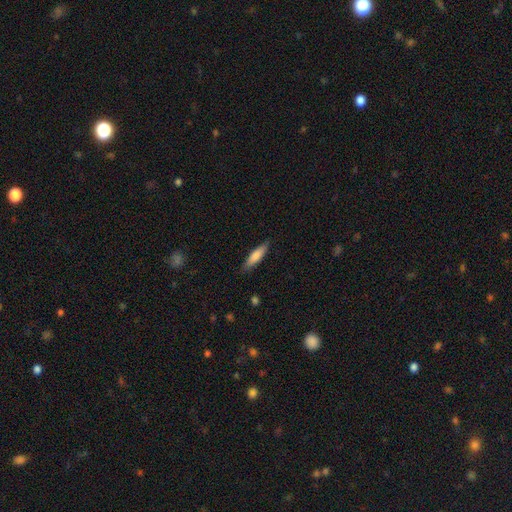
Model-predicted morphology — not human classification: smooth_or_featured: smooth (p=0.77) [alt: featured or disk p=0.18]
how_rounded: cigar-shaped (p=0.70) [alt: in between p=0.28]
merging: none (p=0.85) [alt: minor disturbance p=0.12]